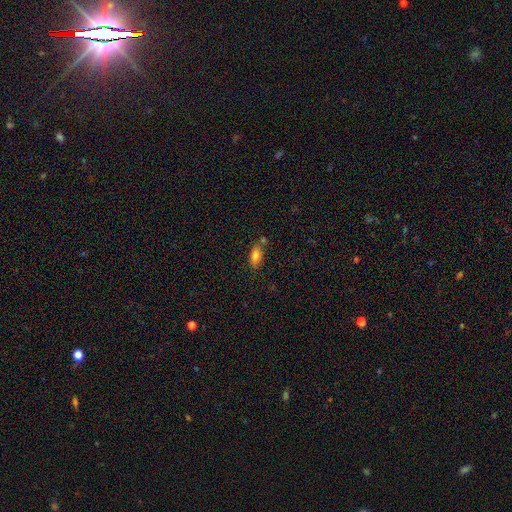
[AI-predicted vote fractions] This is likely a smooth galaxy (79%). How rounded: clearly in between (86%). Merging: likely none (67%).